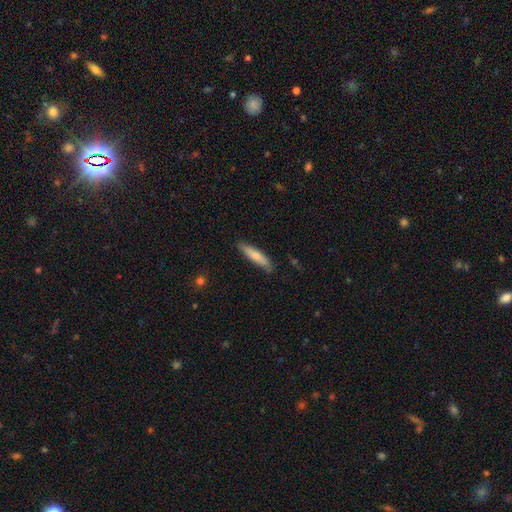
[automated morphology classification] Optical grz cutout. It shows a smooth galaxy with no disk features (72%) that is cigar-shaped (83%). Merging: none (82%).